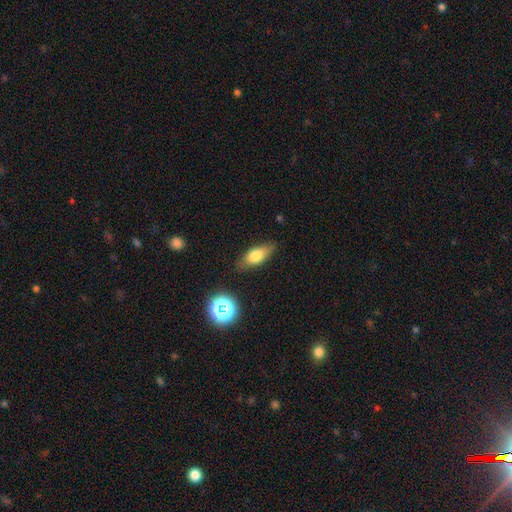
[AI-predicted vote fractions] This appears to be a smooth galaxy with no disk features (71%) that is in between round and cigar-shaped (76%). Merging: none (81%).